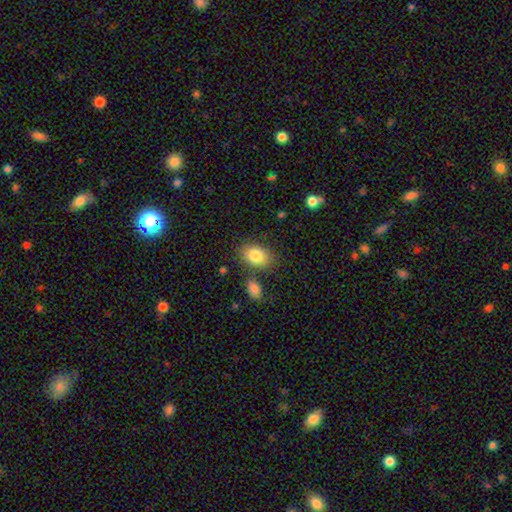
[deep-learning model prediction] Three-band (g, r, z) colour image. It shows a smooth galaxy with no disk features (83%) that is in between round and cigar-shaped (83%). Merging: none (76%).